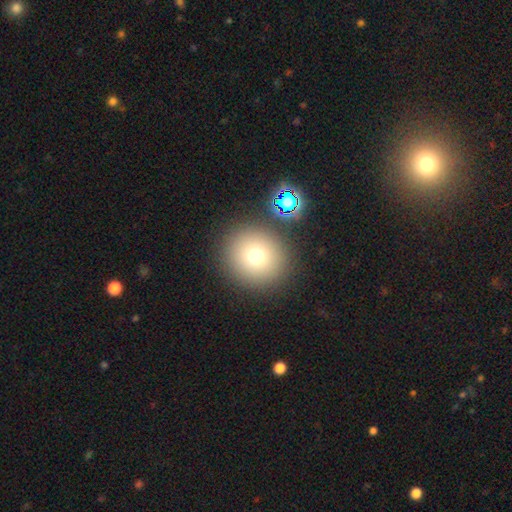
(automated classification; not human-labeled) Smooth or featured? Predicted: smooth (p=0.73). How rounded? Predicted: round (p=0.92). Merging? Predicted: none (p=0.85).